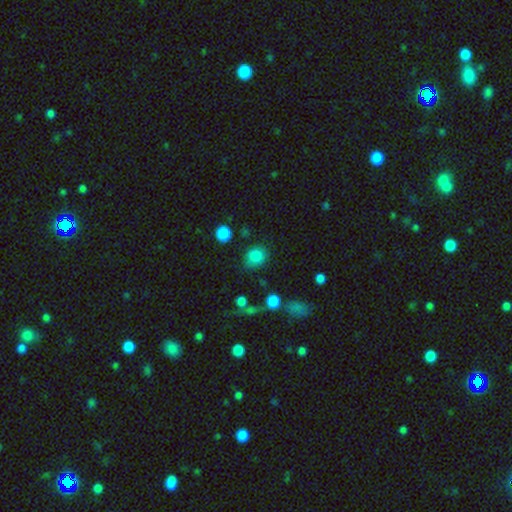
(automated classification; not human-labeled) Smooth or featured: smooth — 84% (star or artifact — 11%)
How rounded: round — 65% (in between — 34%)
Merging: none — 71% (minor disturbance — 19%)